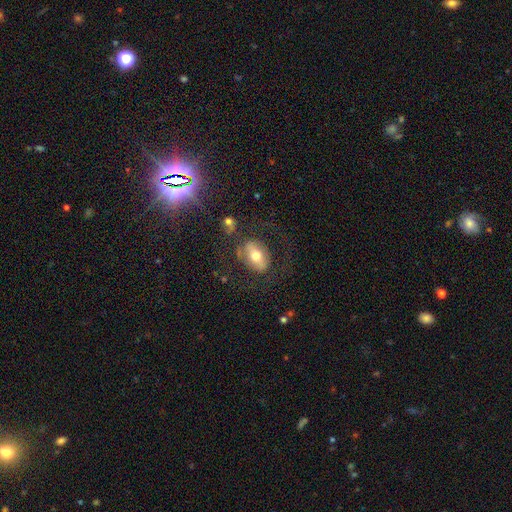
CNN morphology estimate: This appears to be a smooth galaxy with no disk features (46%, tied with featured or disk). Merging: none (62%).